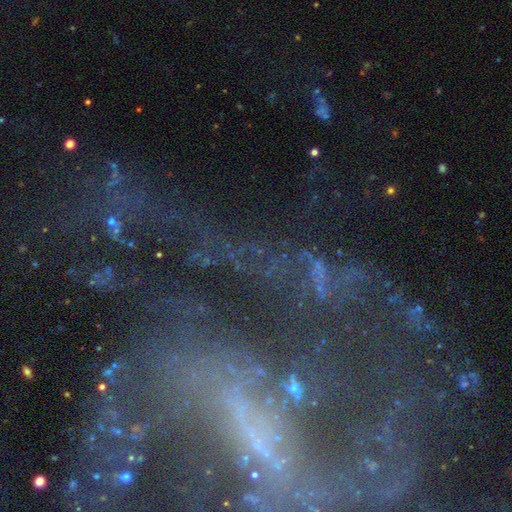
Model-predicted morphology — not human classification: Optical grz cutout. It shows a featured or disk galaxy (56%). Merging: none (50%).